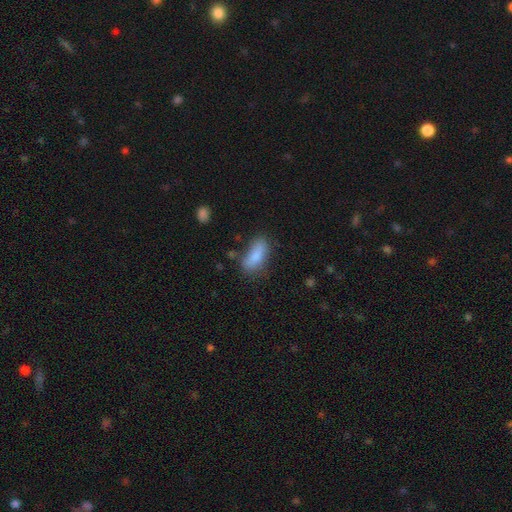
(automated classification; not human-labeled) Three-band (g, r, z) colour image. It shows a smooth galaxy with no disk features (83%) that is in between round and cigar-shaped (80%). Merging: none (57%).